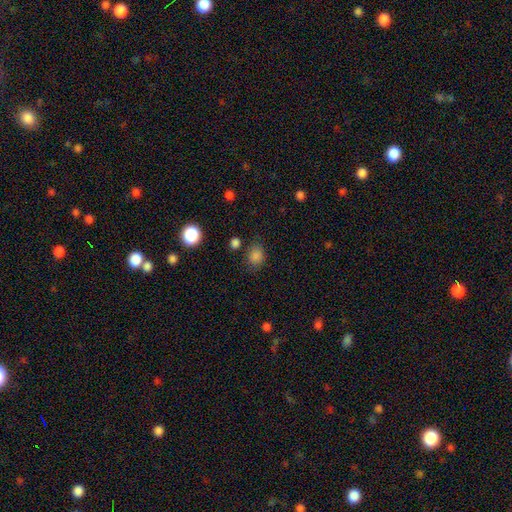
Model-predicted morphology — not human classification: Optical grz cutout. It shows a smooth galaxy with no disk features (82%) that is round (57%). Merging: none (77%).